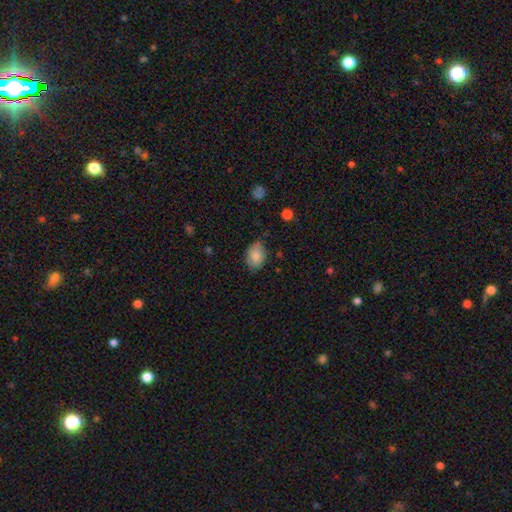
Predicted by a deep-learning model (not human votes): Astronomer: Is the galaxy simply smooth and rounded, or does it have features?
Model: smooth — 84%.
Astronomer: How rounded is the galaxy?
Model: in between — 80%.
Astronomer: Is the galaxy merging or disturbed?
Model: none — 72%.